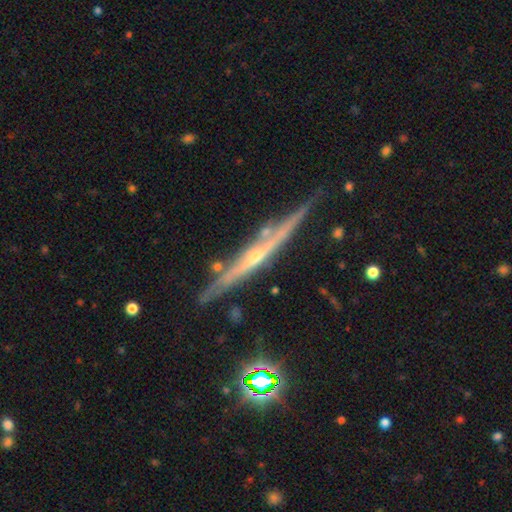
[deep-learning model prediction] smooth-or-featured: featured or disk: 81% | smooth: 11% | star or artifact: 7%
  disk-edge-on: yes: 96% | no: 4%
    edge-on-bulge: rounded: 55% | none: 39% | boxy: 6%
  merging: none: 77% | minor disturbance: 16% | merger: 4% | major disturbance: 3%